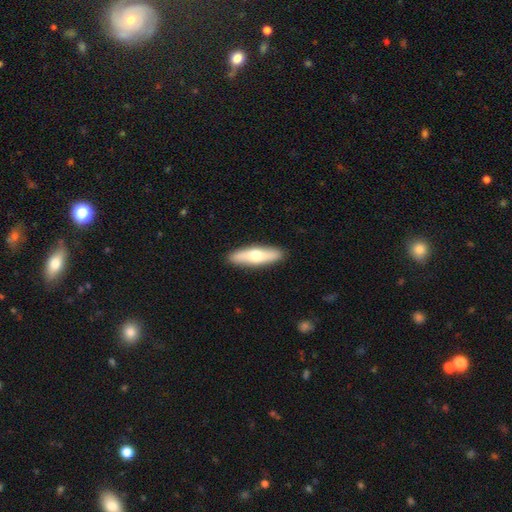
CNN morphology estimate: type=smooth (60%); roundness=cigar-shaped (64%); merging=none (90%).